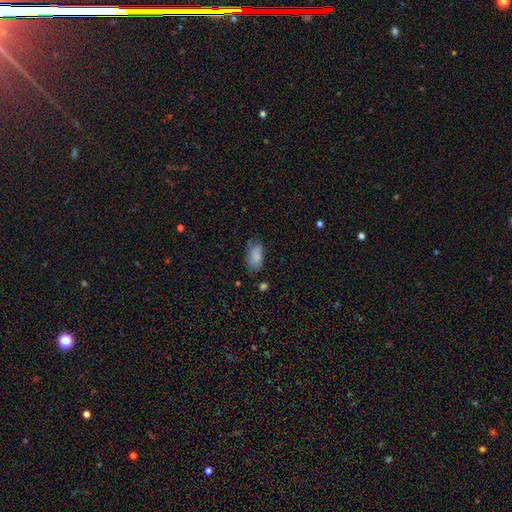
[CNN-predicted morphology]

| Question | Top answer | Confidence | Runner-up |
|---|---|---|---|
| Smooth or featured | smooth | 81% | featured or disk (11%) |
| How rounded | in between | 92% | round (4%) |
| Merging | none | 59% | minor disturbance (29%) |